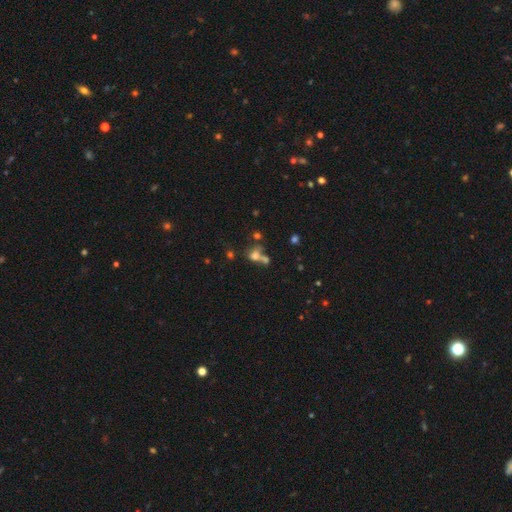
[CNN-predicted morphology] Overall: smooth (65%). How rounded: round (49%; in between 48%). Merging: merger (49%; none 33%).